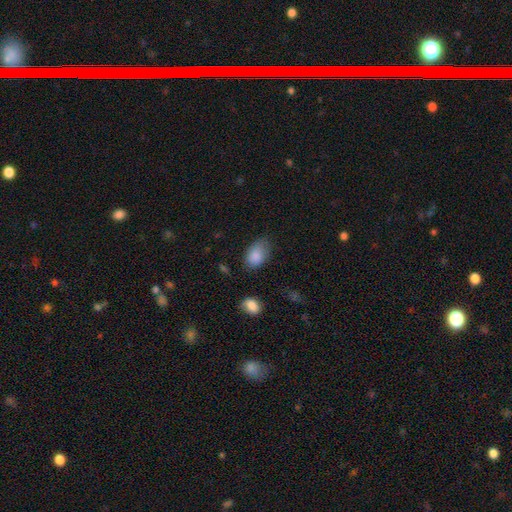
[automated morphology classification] Q: Smooth or featured?
A: smooth (86%); runner-up: star or artifact (8%)
Q: How rounded?
A: in between (88%); runner-up: round (11%)
Q: Merging?
A: none (61%); runner-up: minor disturbance (29%)